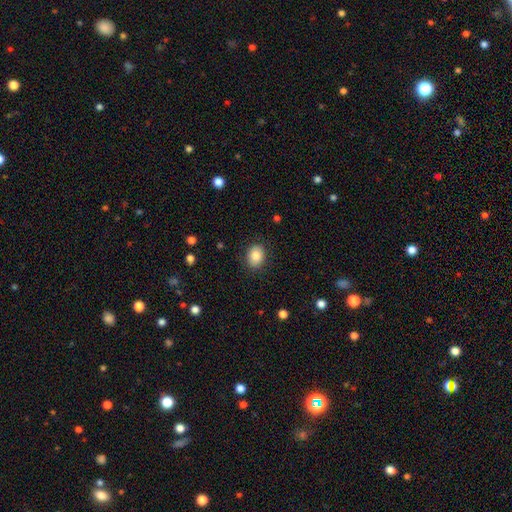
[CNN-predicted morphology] A smooth galaxy with no disk features (86%) that is in between round and cigar-shaped (62%). Merging: none (87%).